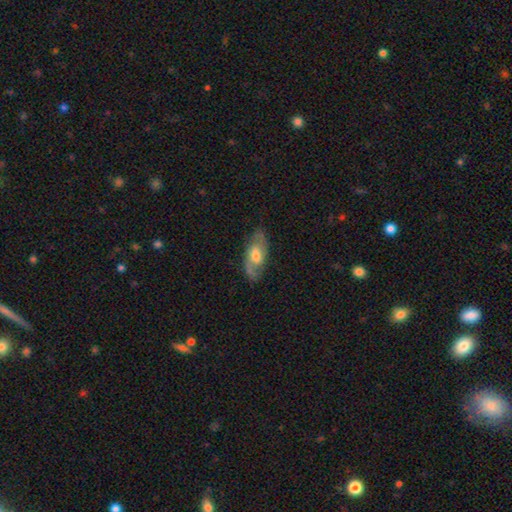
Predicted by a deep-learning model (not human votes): A featured or disk galaxy (69%) with no bar (49%), 2 (77%) medium (48%) spiral arms (85%) and a moderate central bulge (65%).

Vote fractions:
- Smooth or featured? featured or disk: 69% / smooth: 26% / star or artifact: 6%
- Edge-on disk? no: 90% / yes: 10%
- Bar? no: 49% / weak: 42% / strong: 9%
- Spiral arms? yes: 85% / no: 15%
- Spiral winding? medium: 48% / tight: 28% / loose: 23%
- Spiral arm count? 2: 77% / can't tell: 12% / 1: 7% / 3: 2% / 4: 1% / more than 4: 1%
- Bulge size? moderate: 65% / small: 20% / large: 12% / none: 2% / dominant: 1%
- Merging? none: 77% / minor disturbance: 16% / major disturbance: 6% / merger: 1%